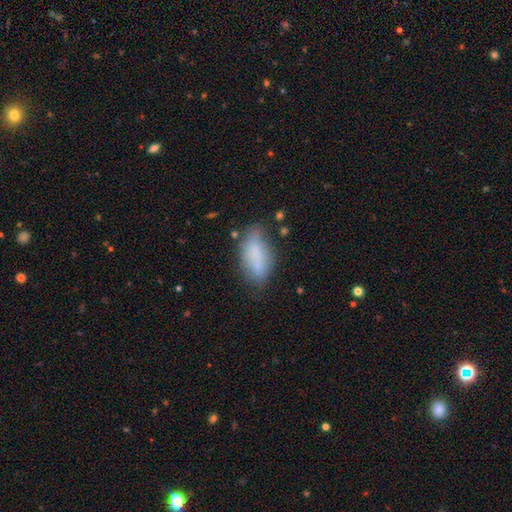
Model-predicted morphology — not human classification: Q: Smooth or featured?
A: smooth (75%); runner-up: featured or disk (16%)
Q: How rounded?
A: in between (85%); runner-up: cigar-shaped (13%)
Q: Merging?
A: none (60%); runner-up: minor disturbance (26%)